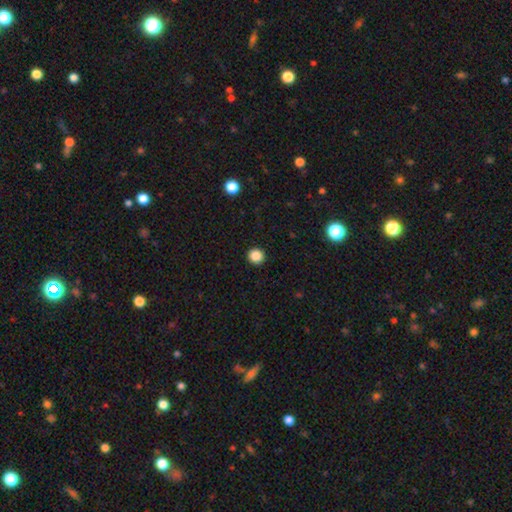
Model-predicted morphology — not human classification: Overall: smooth (87%). How rounded: round (94%). Merging: none (93%).